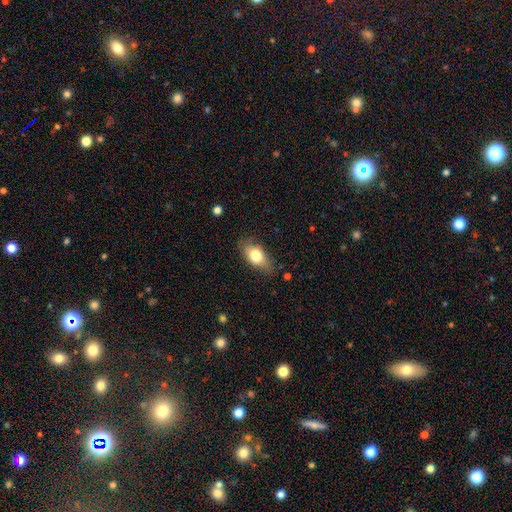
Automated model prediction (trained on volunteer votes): This is likely a smooth galaxy (76%). How rounded: clearly in between (86%). Merging: likely none (76%).